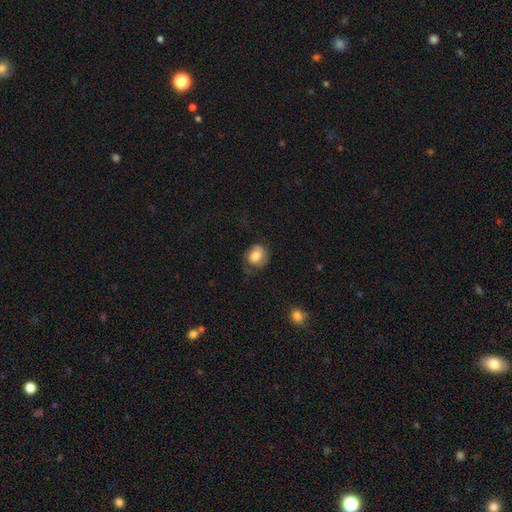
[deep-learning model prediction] Smooth or featured?
  - smooth: 73% *
  - featured or disk: 19%
  - star or artifact: 8%
How rounded?
  - round: 67% *
  - in between: 32%
  - cigar-shaped: 1%
Merging?
  - none: 58% *
  - minor disturbance: 27%
  - major disturbance: 14%
  - merger: 2%